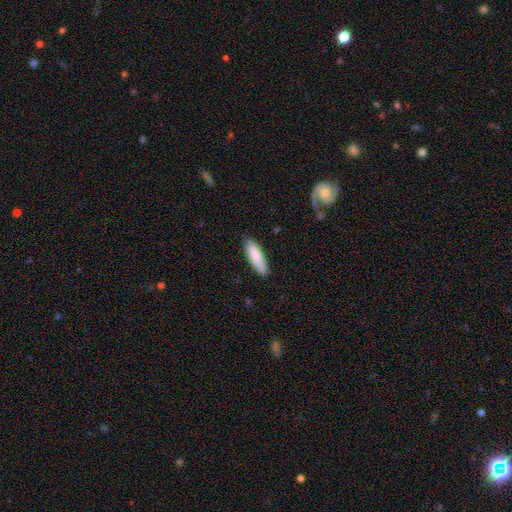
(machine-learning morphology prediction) A smooth galaxy with no disk features (83%) that is in between round and cigar-shaped (51%). Merging: none (80%).